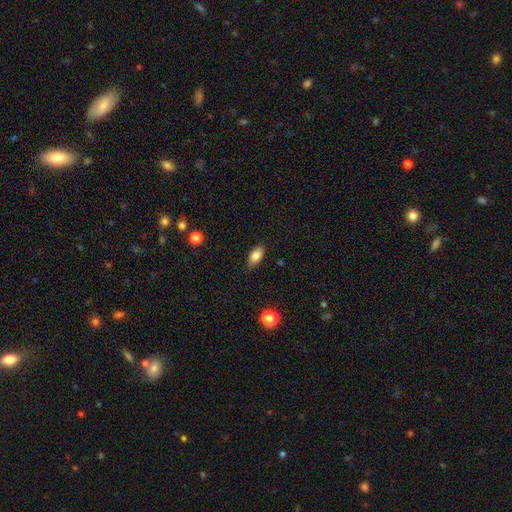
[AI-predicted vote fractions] Q: Smooth or featured?
A: smooth (81%); runner-up: featured or disk (11%)
Q: How rounded?
A: in between (88%); runner-up: cigar-shaped (7%)
Q: Merging?
A: none (84%); runner-up: minor disturbance (13%)